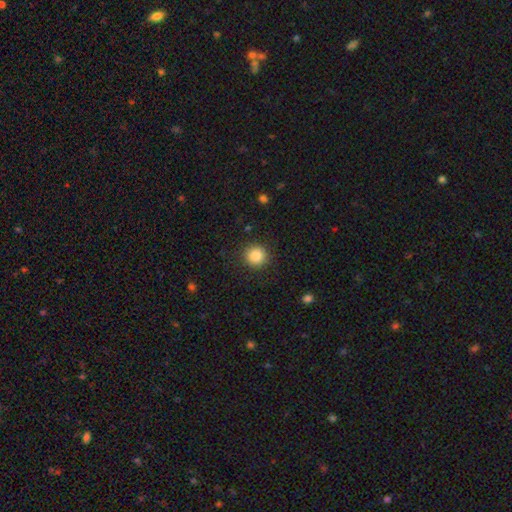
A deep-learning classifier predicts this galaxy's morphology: Q: Smooth or featured?
A: smooth (86%); runner-up: star or artifact (10%)
Q: How rounded?
A: round (93%); runner-up: in between (6%)
Q: Merging?
A: none (90%); runner-up: minor disturbance (6%)